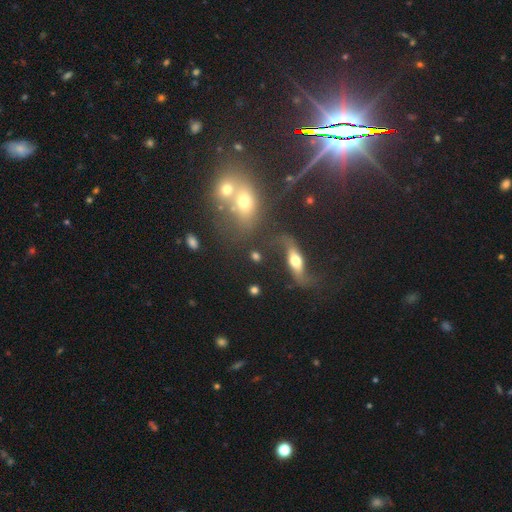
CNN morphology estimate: Smooth or featured: featured or disk — 44% (smooth — 38%)
Merging: none — 52% (merger — 19%)